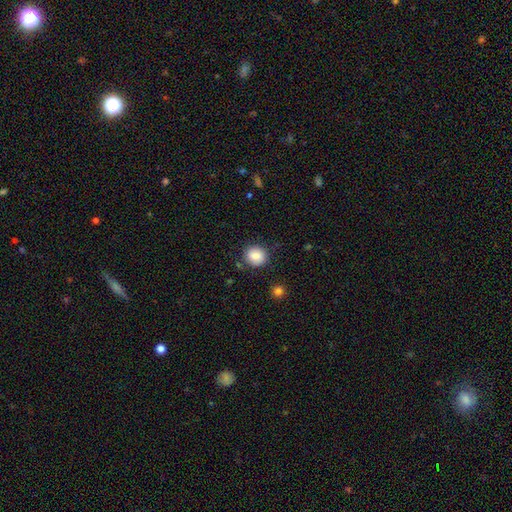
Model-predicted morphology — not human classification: A smooth galaxy with no disk features (85%) that is round (86%). Merging: none (84%).